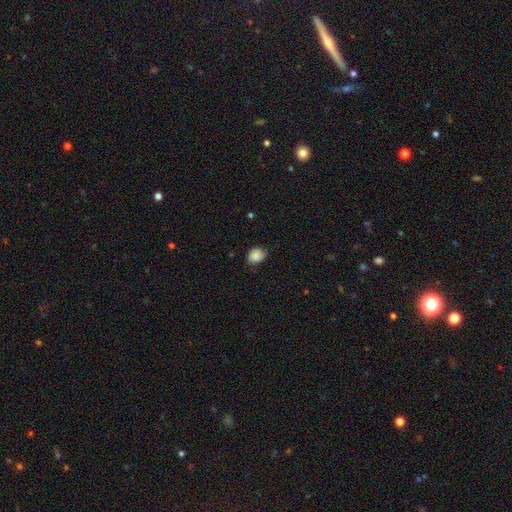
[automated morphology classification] This is clearly a smooth galaxy (87%). How rounded: possibly round (58%). Merging: likely none (73%).